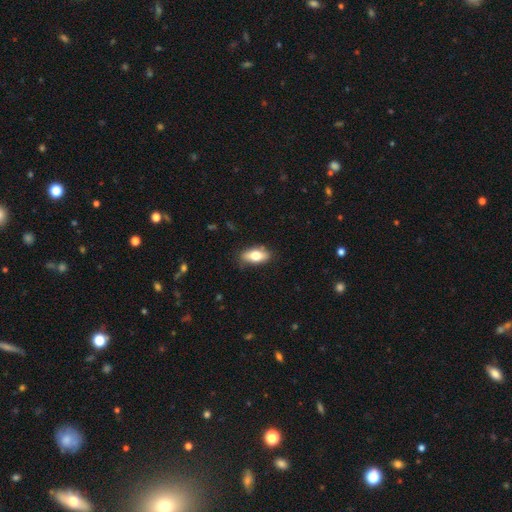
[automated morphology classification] The model was most divided on "smooth or featured": smooth: 72%, featured or disk: 22%, star or artifact: 7%. More confident: how rounded — in between (86%); merging — none (82%).